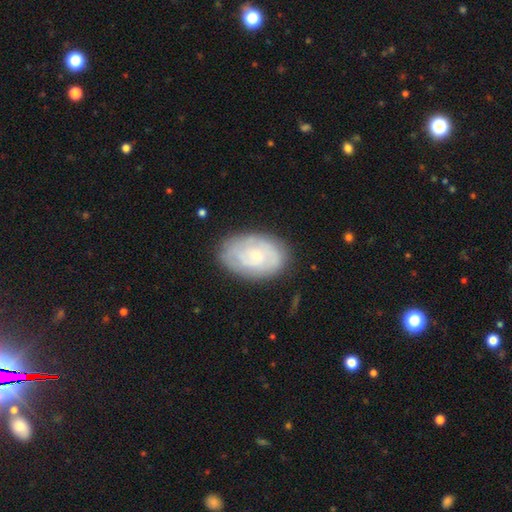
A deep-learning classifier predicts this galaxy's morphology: A featured or disk galaxy (59%) with no bar (73%), spiral arms (79%) and a small central bulge (62%). Merging: none (79%).